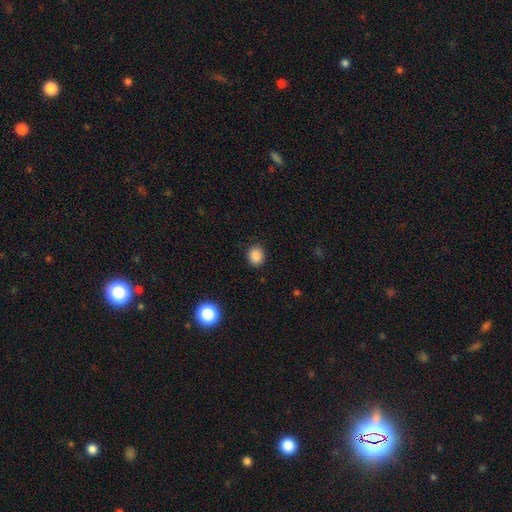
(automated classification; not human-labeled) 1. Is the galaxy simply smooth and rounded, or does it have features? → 87% smooth, 10% star or artifact, 3% featured or disk.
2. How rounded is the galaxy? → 66% round, 33% in between, 1% cigar-shaped.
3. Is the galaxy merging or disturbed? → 87% none, 10% minor disturbance, 3% major disturbance, 1% merger.